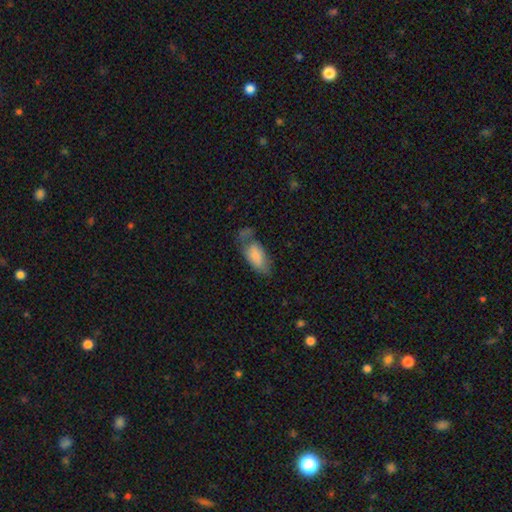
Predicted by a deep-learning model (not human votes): The model was most divided on "merging": none: 36%, minor disturbance: 30%, major disturbance: 23%, merger: 11%. More confident: how rounded — in between (90%); smooth or featured — smooth (78%).